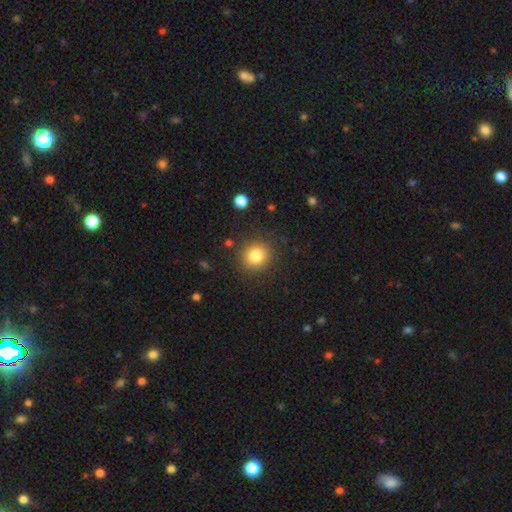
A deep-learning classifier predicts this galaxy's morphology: type=smooth (82%); roundness=round (84%); merging=none (87%).